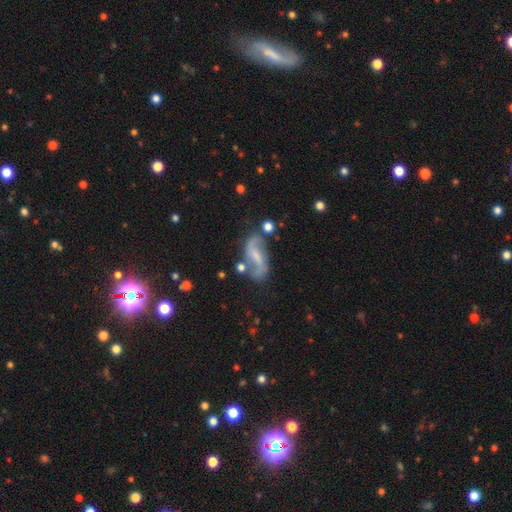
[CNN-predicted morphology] Overall: featured or disk (82%). Edge-on disk: no (96%). Bar: weak (45%; strong 30%). Spiral arms: yes (93%). Spiral arm count: 2 (91%). Spiral winding: loose (62%; medium 29%). Bulge size: small (45%; none 28%). Merging: none (63%).